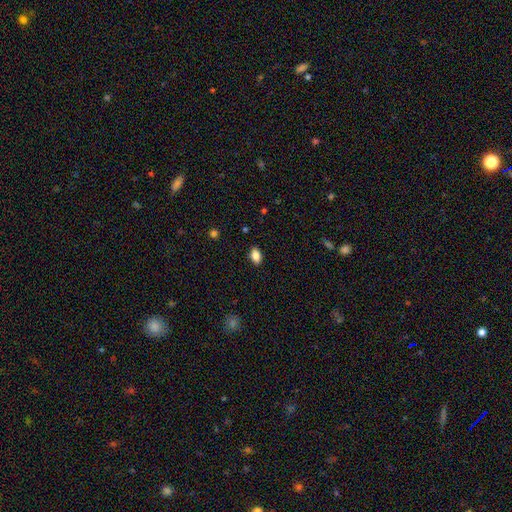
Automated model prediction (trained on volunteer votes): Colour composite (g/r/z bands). It shows a smooth galaxy with no disk features (84%) that is in between round and cigar-shaped (88%). Merging: none (87%).